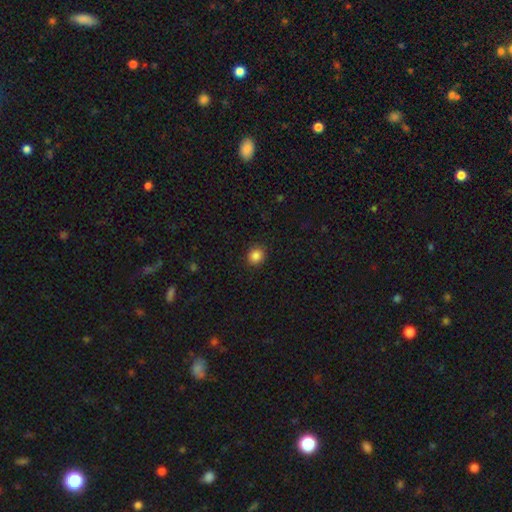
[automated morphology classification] Smooth or featured?
  - smooth: 85% *
  - star or artifact: 11%
  - featured or disk: 4%
How rounded?
  - round: 84% *
  - in between: 15%
  - cigar-shaped: 1%
Merging?
  - none: 91% *
  - minor disturbance: 6%
  - major disturbance: 2%
  - merger: 1%